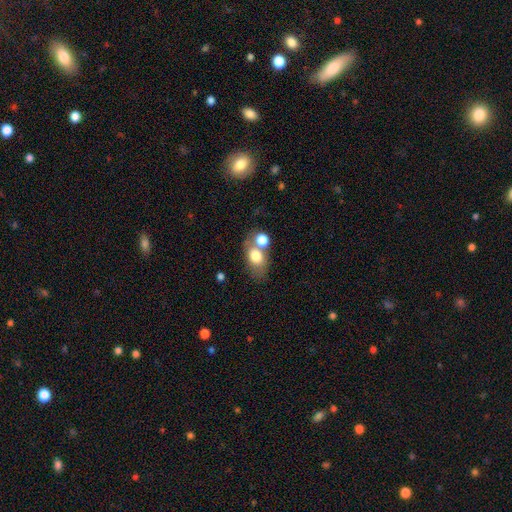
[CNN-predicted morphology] smooth-or-featured: smooth: 74% | featured or disk: 17% | star or artifact: 9%
  how-rounded: in between: 75% | round: 24% | cigar-shaped: 2%
  merging: none: 44% | merger: 37% | minor disturbance: 13% | major disturbance: 6%